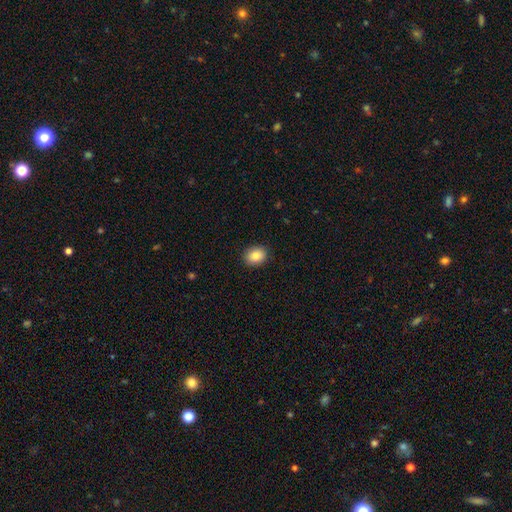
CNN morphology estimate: Smooth or featured? Predicted: smooth (p=0.86). How rounded? Predicted: in between (p=0.57). Merging? Predicted: none (p=0.90).